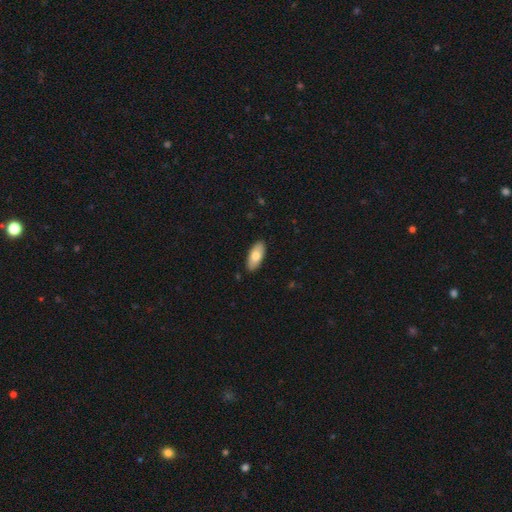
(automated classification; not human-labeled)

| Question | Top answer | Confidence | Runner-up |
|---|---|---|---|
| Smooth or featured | smooth | 77% | featured or disk (18%) |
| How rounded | in between | 87% | cigar-shaped (11%) |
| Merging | none | 89% | minor disturbance (8%) |